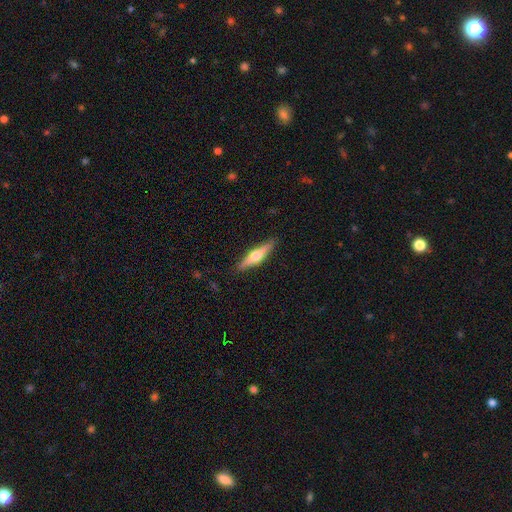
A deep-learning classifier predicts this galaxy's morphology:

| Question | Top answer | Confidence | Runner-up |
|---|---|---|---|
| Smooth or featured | featured or disk | 58% | smooth (36%) |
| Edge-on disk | yes | 96% | no (4%) |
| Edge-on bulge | rounded | 93% | boxy (4%) |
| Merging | none | 89% | minor disturbance (8%) |